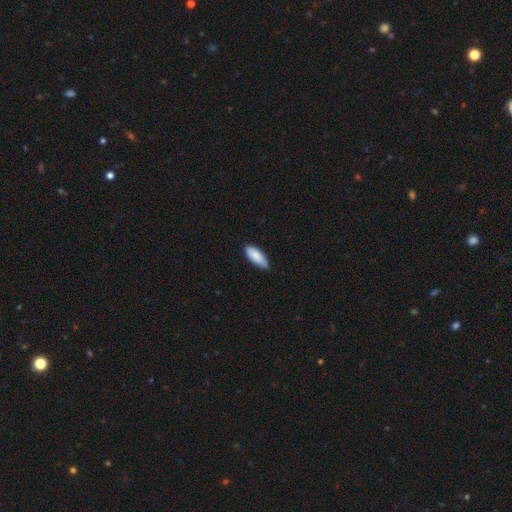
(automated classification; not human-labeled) The model was most divided on "merging": none: 75%, minor disturbance: 21%, major disturbance: 2%, merger: 1%. More confident: smooth or featured — smooth (87%); how rounded — in between (78%).